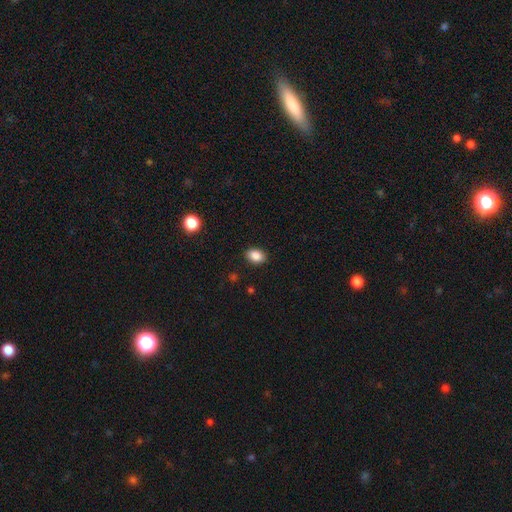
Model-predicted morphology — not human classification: smooth 87%, star or artifact 9%, featured or disk 4%. Down the decision tree: how rounded — in between (78%); merging — none (89%).